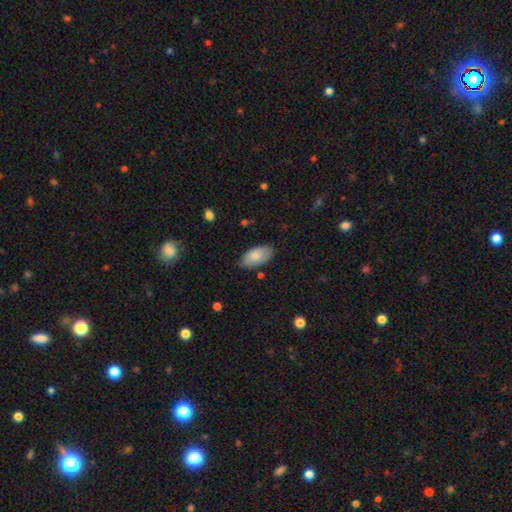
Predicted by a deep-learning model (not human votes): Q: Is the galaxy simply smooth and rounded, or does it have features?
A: smooth — 83%.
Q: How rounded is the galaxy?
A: in between — 95%.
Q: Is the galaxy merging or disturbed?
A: none — 80%.